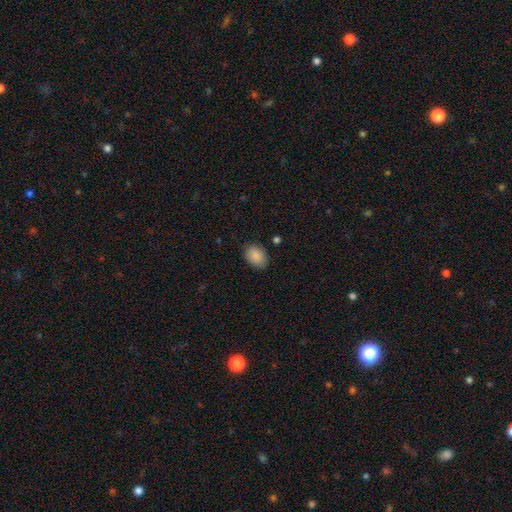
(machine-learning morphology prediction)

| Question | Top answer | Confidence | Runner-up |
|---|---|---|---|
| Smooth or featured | smooth | 89% | star or artifact (7%) |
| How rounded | in between | 76% | round (23%) |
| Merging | none | 83% | minor disturbance (12%) |